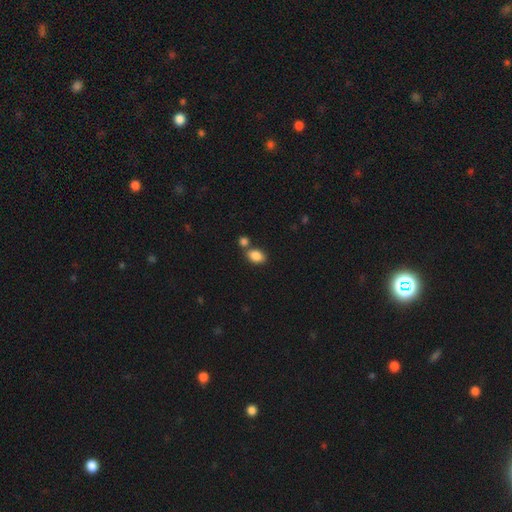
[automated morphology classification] Q: Smooth or featured?
A: smooth (86%); runner-up: star or artifact (9%)
Q: How rounded?
A: in between (82%); runner-up: round (17%)
Q: Merging?
A: none (58%); runner-up: merger (27%)